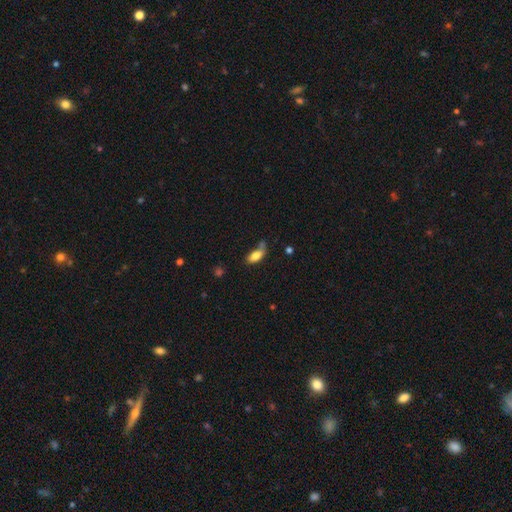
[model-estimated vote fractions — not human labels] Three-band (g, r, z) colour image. It shows a smooth galaxy with no disk features (78%) that is in between round and cigar-shaped (86%). Merging: none (37%).